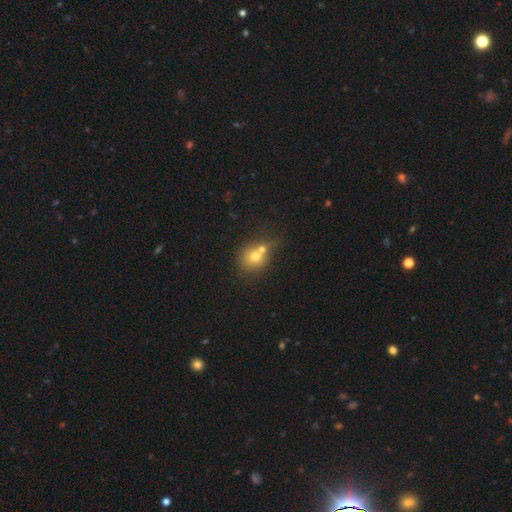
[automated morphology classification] Smooth or featured? Predicted: smooth (p=0.70). How rounded? Predicted: round (p=0.77). Merging? Predicted: merger (p=0.51).